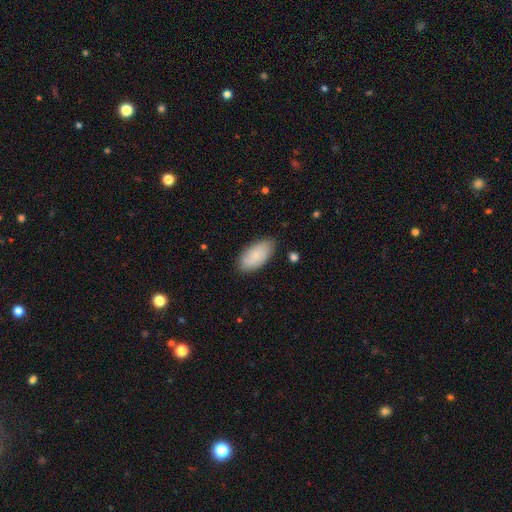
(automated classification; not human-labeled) smooth 77%, featured or disk 17%, star or artifact 6%. Down the decision tree: how rounded — in between (94%); merging — none (81%).